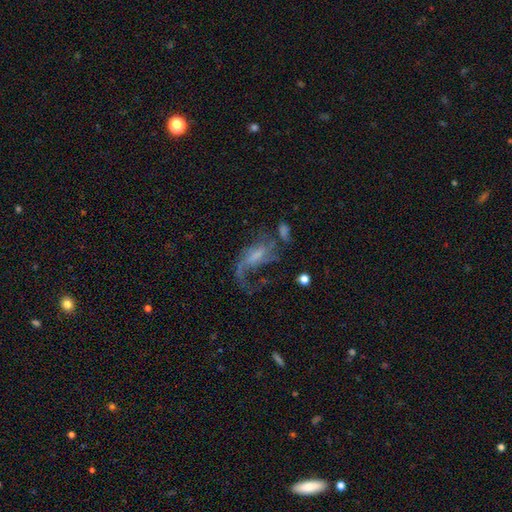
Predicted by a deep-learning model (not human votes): Smooth or featured: featured or disk — 73% (smooth — 16%)
Edge-on disk: no — 94% (yes — 6%)
Bar: weak — 43% (no — 41%)
Spiral arms: yes — 80% (no — 20%)
Spiral winding: loose — 75% (medium — 20%)
Spiral arm count: 1 — 44% (2 — 35%)
Bulge size: small — 37% (none — 34%)
Merging: major disturbance — 44% (none — 30%)